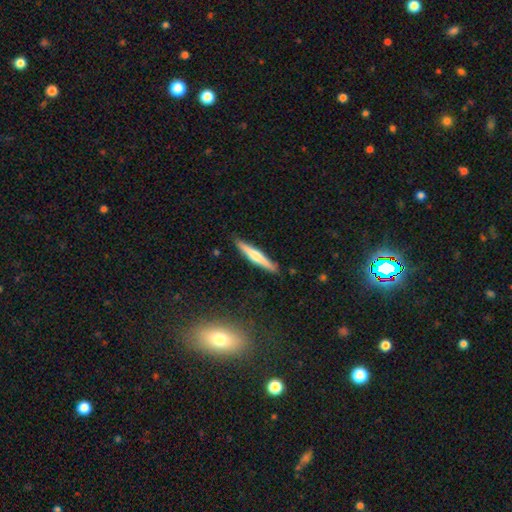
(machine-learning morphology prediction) smooth_or_featured: featured or disk (p=0.49) [alt: smooth p=0.45]
merging: none (p=0.90) [alt: minor disturbance p=0.08]